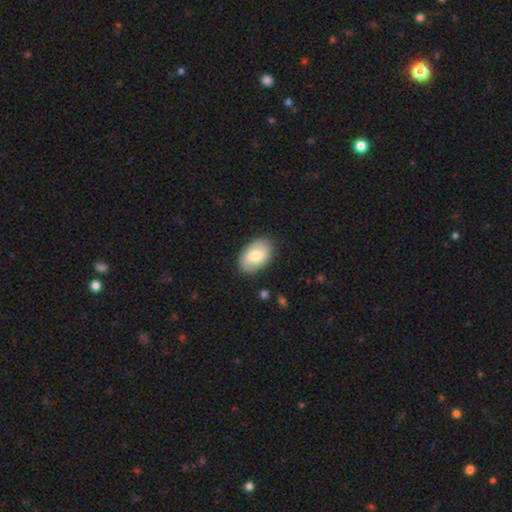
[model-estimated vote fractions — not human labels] Q: Smooth or featured?
A: smooth (71%); runner-up: featured or disk (23%)
Q: How rounded?
A: in between (90%); runner-up: round (8%)
Q: Merging?
A: none (86%); runner-up: minor disturbance (11%)